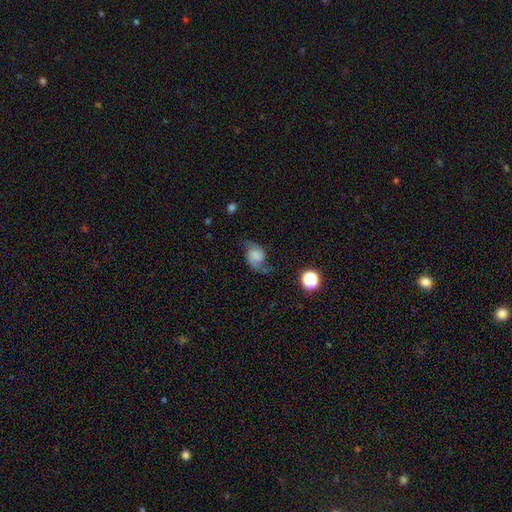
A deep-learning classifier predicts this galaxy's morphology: type=featured or disk (73%); edge-on=no (98%); bar=no (61%); spiral arms=yes (95%); winding=loose (50%); arm count=2 (92%); bulge=none (54%); merging=none (67%).